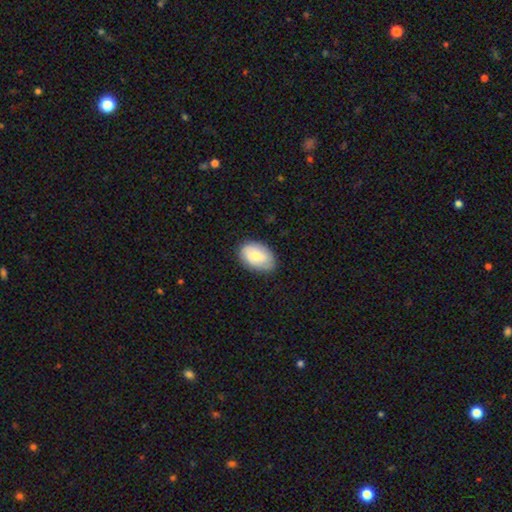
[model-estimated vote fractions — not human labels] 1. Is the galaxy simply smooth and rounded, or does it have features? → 73% smooth, 21% featured or disk, 6% star or artifact.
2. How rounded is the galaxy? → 88% in between, 10% round, 1% cigar-shaped.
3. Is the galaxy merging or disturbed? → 80% none, 16% minor disturbance, 3% major disturbance, 1% merger.